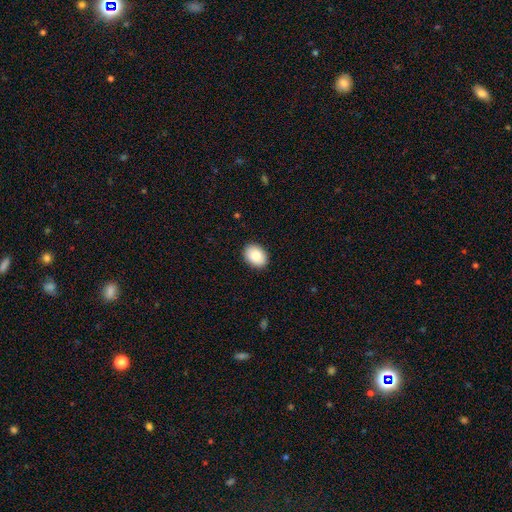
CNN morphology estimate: Smooth or featured? Predicted: smooth (p=0.82). How rounded? Predicted: in between (p=0.70). Merging? Predicted: none (p=0.90).